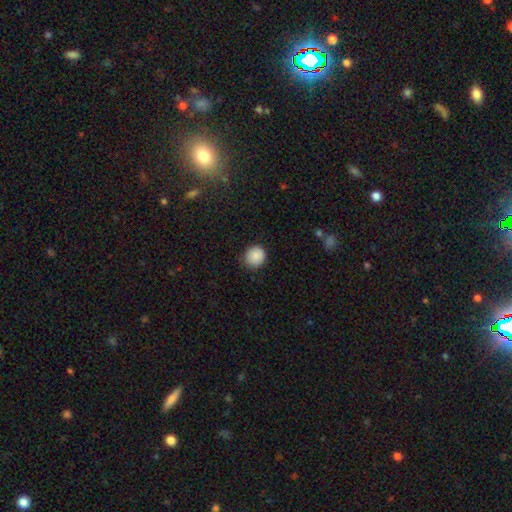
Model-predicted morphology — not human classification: Overall: smooth (87%). How rounded: round (87%). Merging: none (85%).